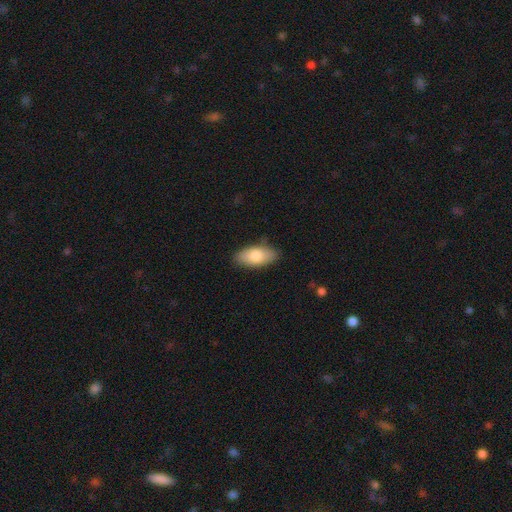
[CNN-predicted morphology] type=smooth (80%); roundness=in between (91%); merging=none (82%).